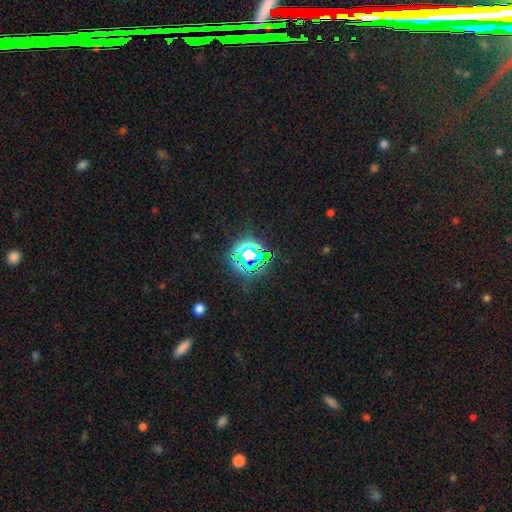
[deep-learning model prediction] Q: Smooth or featured?
A: star or artifact (73%); runner-up: smooth (17%)